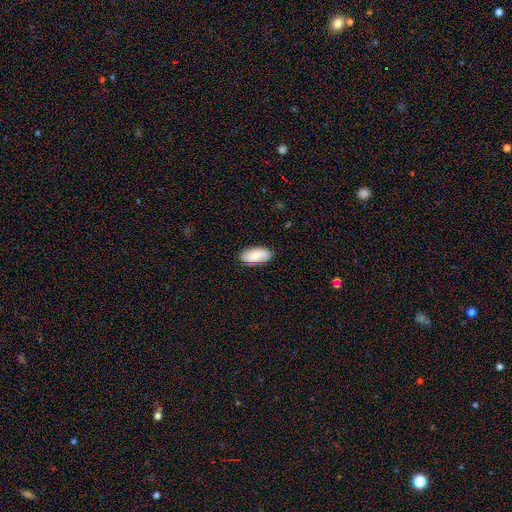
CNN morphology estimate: type=smooth (75%); roundness=in between (92%); merging=none (85%).